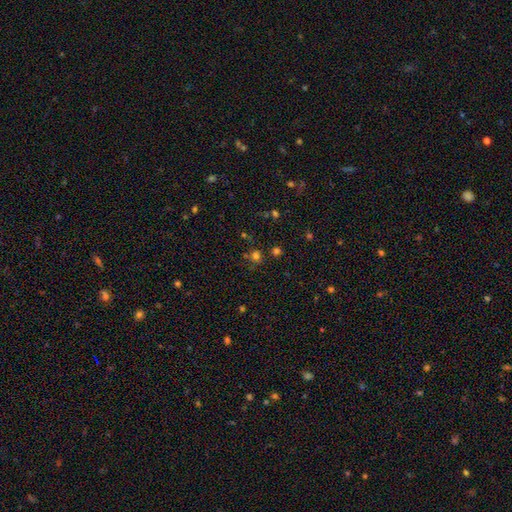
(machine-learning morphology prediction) Q: Smooth or featured?
A: smooth (67%); runner-up: star or artifact (27%)
Q: How rounded?
A: round (89%); runner-up: in between (10%)
Q: Merging?
A: none (76%); runner-up: minor disturbance (11%)